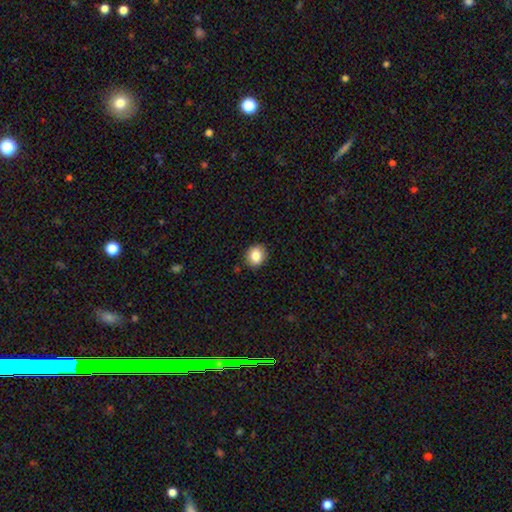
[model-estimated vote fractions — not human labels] A smooth galaxy with no disk features (85%) that is round (73%).

Vote fractions:
- Smooth or featured? smooth: 85% / star or artifact: 9% / featured or disk: 6%
- How rounded? round: 73% / in between: 26% / cigar-shaped: 1%
- Merging? none: 88% / minor disturbance: 9% / major disturbance: 2% / merger: 1%